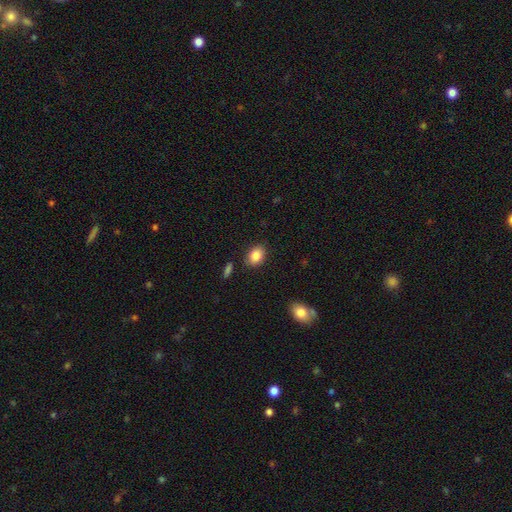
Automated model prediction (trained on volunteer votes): A smooth galaxy with no disk features (85%) that is in between round and cigar-shaped (70%). Merging: none (84%).